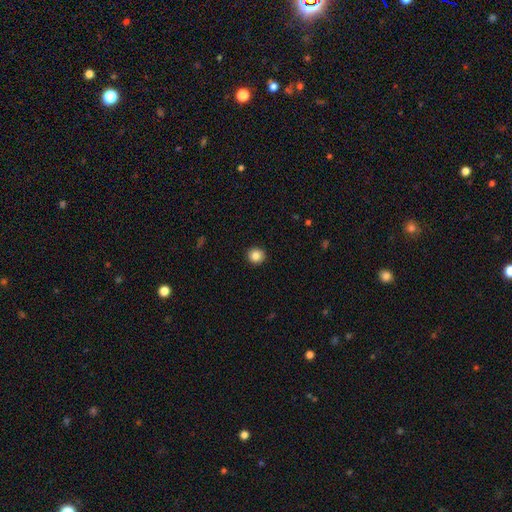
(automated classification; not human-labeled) Smooth or featured? smooth (86%)
How rounded? round (91%)
Merging? none (93%)